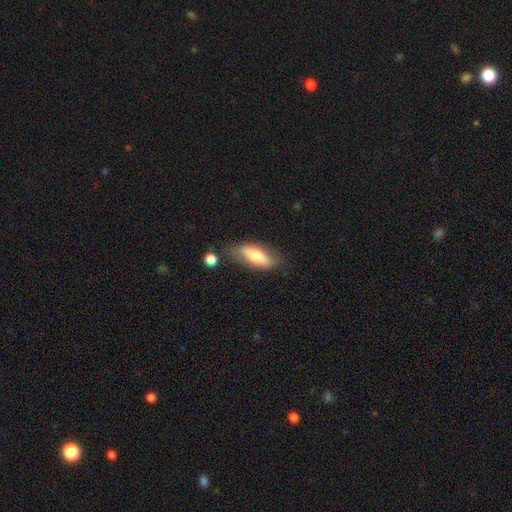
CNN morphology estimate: Smooth or featured? Predicted: smooth (p=0.64). How rounded? Predicted: in between (p=0.69). Merging? Predicted: none (p=0.66).